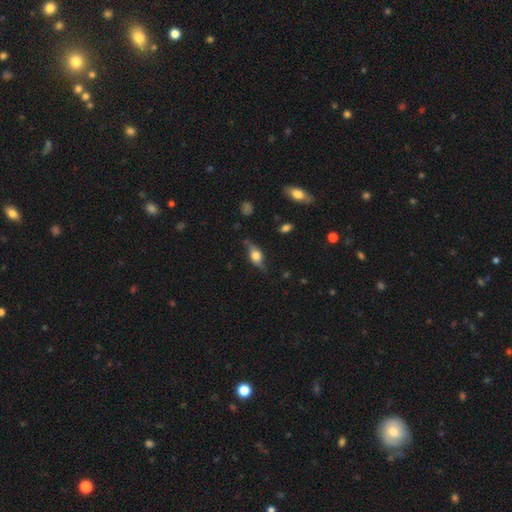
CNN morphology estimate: type=featured or disk (52%); edge-on=yes (71%); merging=none (68%).